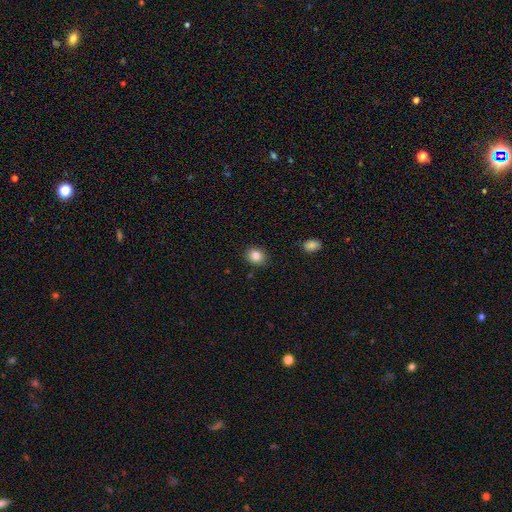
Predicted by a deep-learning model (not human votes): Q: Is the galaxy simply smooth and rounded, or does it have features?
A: smooth — 85%.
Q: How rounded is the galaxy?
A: round — 64%.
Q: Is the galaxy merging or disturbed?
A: none — 87%.